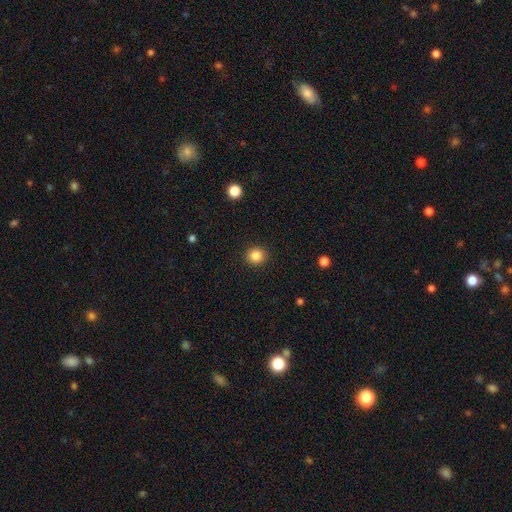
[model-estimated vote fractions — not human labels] Smooth or featured: smooth — 85% (star or artifact — 11%)
How rounded: round — 91% (in between — 8%)
Merging: none — 92% (minor disturbance — 5%)